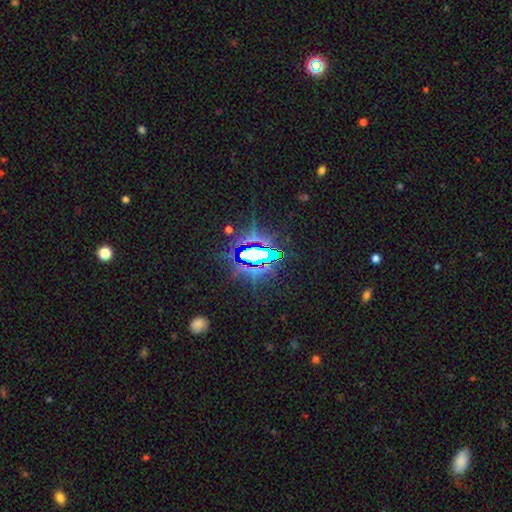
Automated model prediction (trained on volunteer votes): Smooth or featured? Predicted: star or artifact (p=0.78).